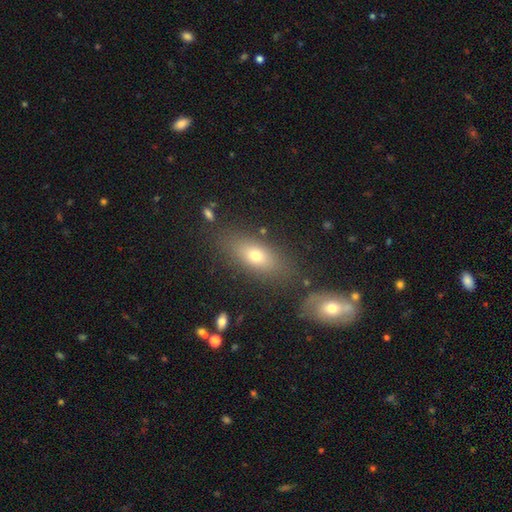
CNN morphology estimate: Q: Smooth or featured?
A: smooth (67%); runner-up: featured or disk (20%)
Q: How rounded?
A: in between (75%); runner-up: cigar-shaped (16%)
Q: Merging?
A: none (78%); runner-up: minor disturbance (11%)